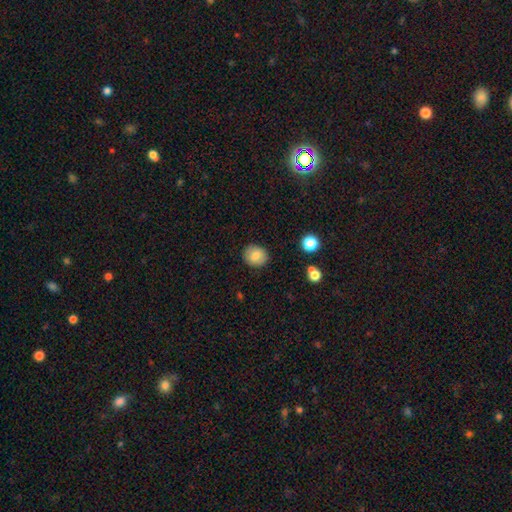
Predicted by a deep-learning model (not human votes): Smooth or featured?
  - smooth: 82% *
  - featured or disk: 10%
  - star or artifact: 9%
How rounded?
  - round: 76% *
  - in between: 23%
  - cigar-shaped: 1%
Merging?
  - none: 88% *
  - minor disturbance: 8%
  - major disturbance: 2%
  - merger: 1%